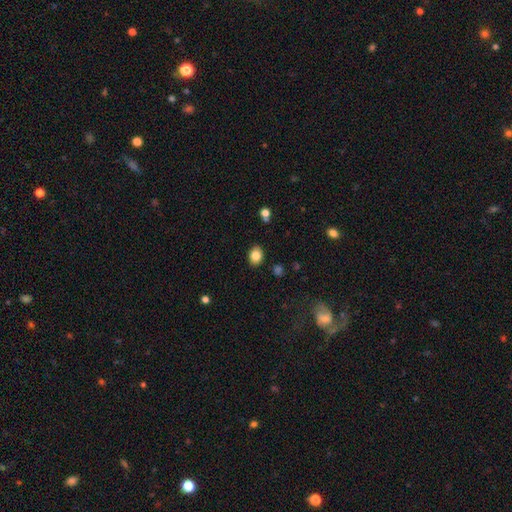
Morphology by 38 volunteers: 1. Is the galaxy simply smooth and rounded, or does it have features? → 92% smooth, 5% star or artifact, 3% featured or disk.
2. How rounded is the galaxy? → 60% in between, 40% round, 0% cigar-shaped.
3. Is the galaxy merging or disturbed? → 83% none, 11% minor disturbance, 6% major disturbance, 0% merger.